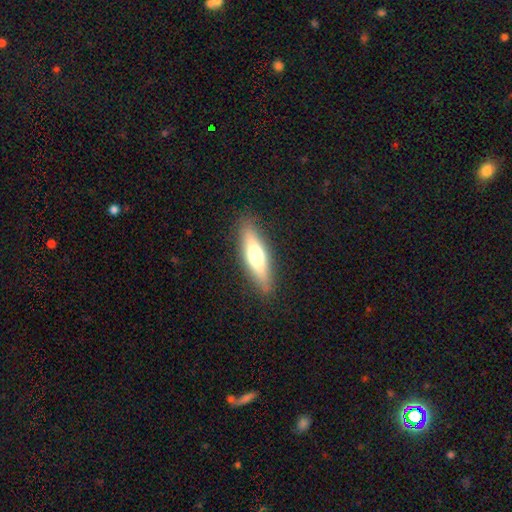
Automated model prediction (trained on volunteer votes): Morphology: type=smooth (53%); roundness=cigar-shaped (63%); merging=none (87%).